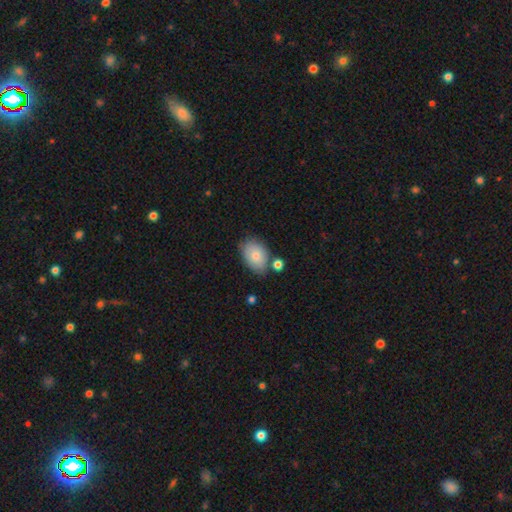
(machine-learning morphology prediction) A smooth galaxy with no disk features (79%) that is in between round and cigar-shaped (84%). Merging: none (68%).